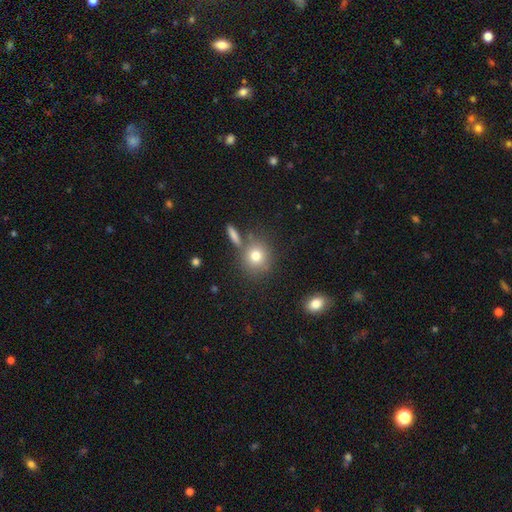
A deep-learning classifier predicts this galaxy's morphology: A smooth galaxy with no disk features (76%) that is round (85%). Merging: none (72%).